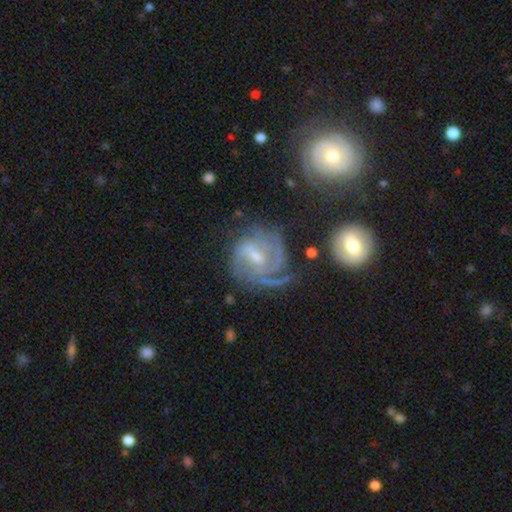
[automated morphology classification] featured or disk 82%, smooth 11%, star or artifact 8%. Down the decision tree: edge-on disk — no (97%); bar — weak (56%); spiral arms — yes (93%); spiral arm count — can't tell (29%); spiral winding — tight (50%); bulge size — small (46%); merging — none (54%).